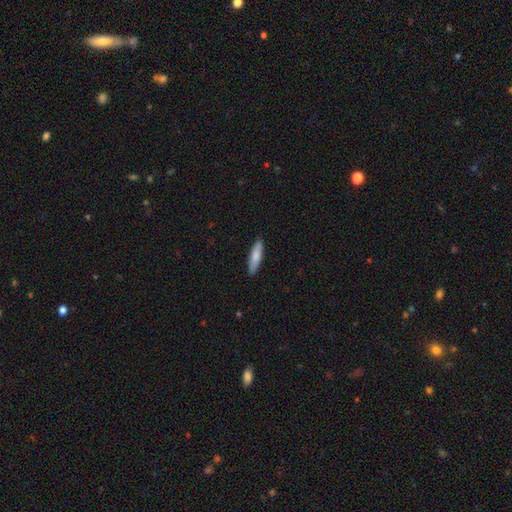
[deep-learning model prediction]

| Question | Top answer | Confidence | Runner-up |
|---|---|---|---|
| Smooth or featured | smooth | 80% | featured or disk (14%) |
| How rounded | cigar-shaped | 72% | in between (27%) |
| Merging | none | 90% | minor disturbance (8%) |